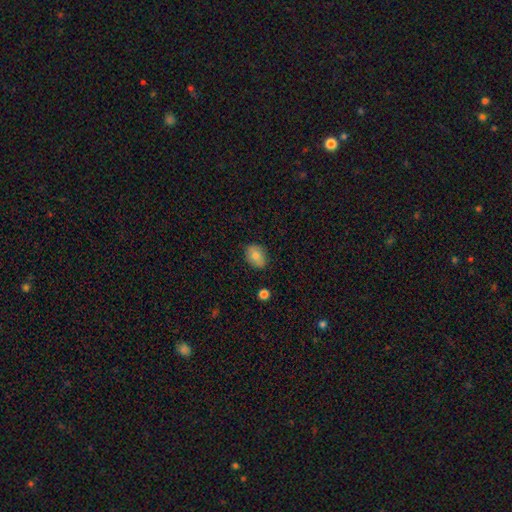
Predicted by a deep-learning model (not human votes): smooth_or_featured: smooth (p=0.77) [alt: featured or disk p=0.15]
how_rounded: in between (p=0.71) [alt: round p=0.28]
merging: none (p=0.82) [alt: minor disturbance p=0.14]